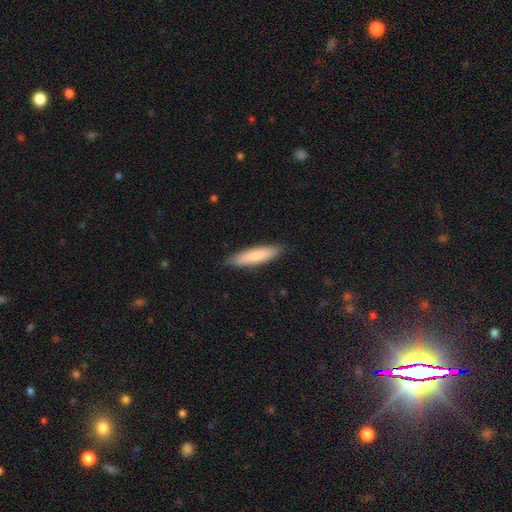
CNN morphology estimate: The model was most divided on "how rounded": cigar-shaped: 77%, in between: 22%, round: 1%. More confident: merging — none (88%); smooth or featured — smooth (82%).